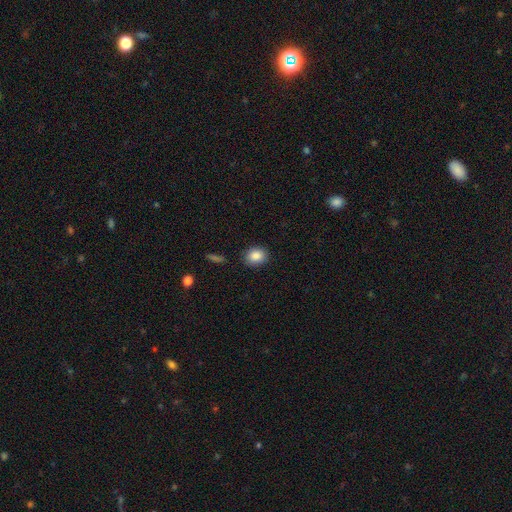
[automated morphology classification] Smooth or featured?
  - smooth: 87% *
  - star or artifact: 8%
  - featured or disk: 5%
How rounded?
  - in between: 52% *
  - round: 47%
  - cigar-shaped: 1%
Merging?
  - none: 87% *
  - minor disturbance: 9%
  - major disturbance: 2%
  - merger: 1%